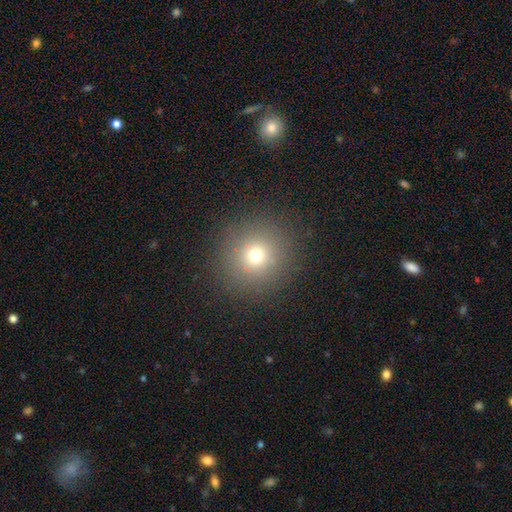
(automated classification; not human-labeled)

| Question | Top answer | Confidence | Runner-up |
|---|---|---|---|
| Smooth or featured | smooth | 70% | star or artifact (19%) |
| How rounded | round | 93% | in between (6%) |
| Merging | none | 88% | minor disturbance (7%) |